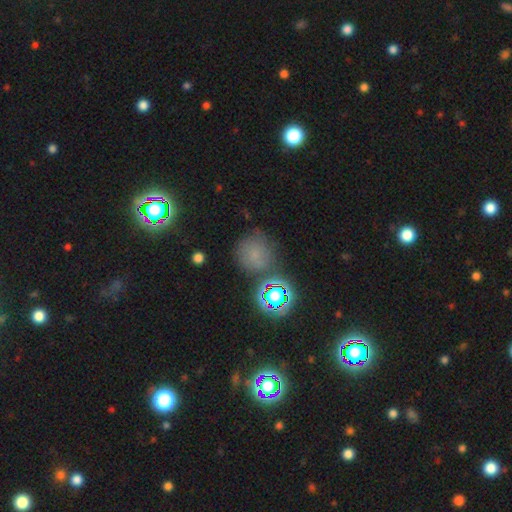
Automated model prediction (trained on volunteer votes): This is possibly a smooth galaxy (47%). Merging: likely none (71%).